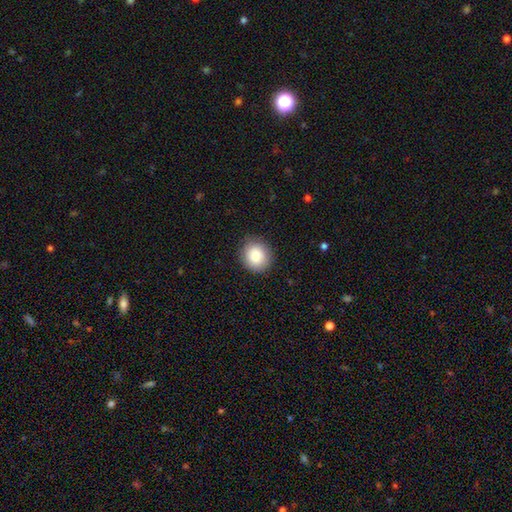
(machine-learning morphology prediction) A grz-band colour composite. It shows a smooth galaxy with no disk features (85%) that is round (81%). Merging: none (87%).